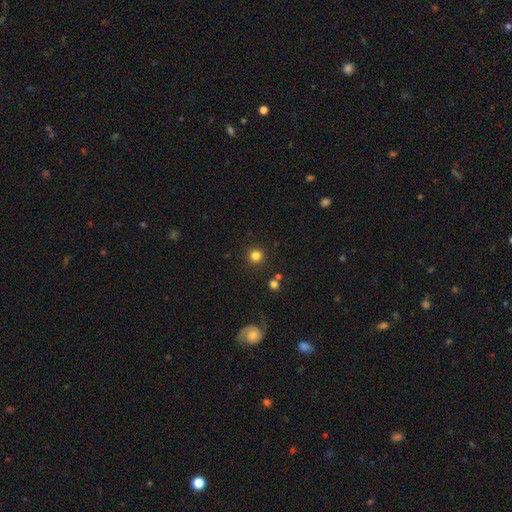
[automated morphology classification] smooth 82%, star or artifact 13%, featured or disk 5%. Down the decision tree: how rounded — round (94%); merging — none (90%).